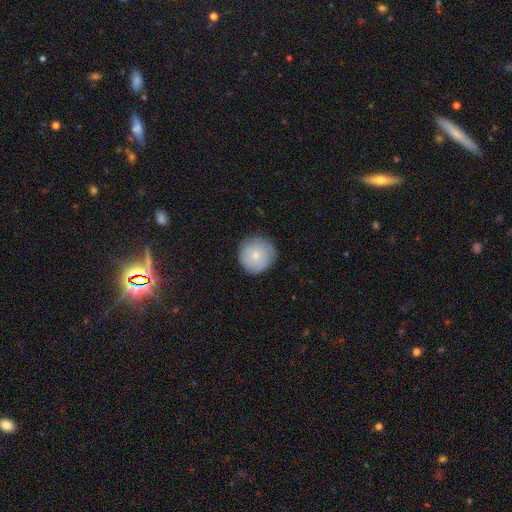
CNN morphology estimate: A smooth galaxy with no disk features (73%) that is round (94%).

Vote fractions:
- Smooth or featured? smooth: 73% / featured or disk: 20% / star or artifact: 8%
- How rounded? round: 94% / in between: 5% / cigar-shaped: 1%
- Merging? none: 84% / minor disturbance: 12% / major disturbance: 3% / merger: 1%